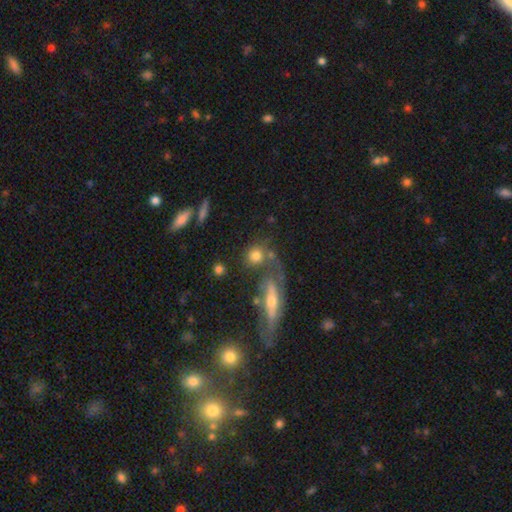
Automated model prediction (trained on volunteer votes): Smooth or featured? Predicted: smooth (p=0.69). How rounded? Predicted: round (p=0.81). Merging? Predicted: none (p=0.51).